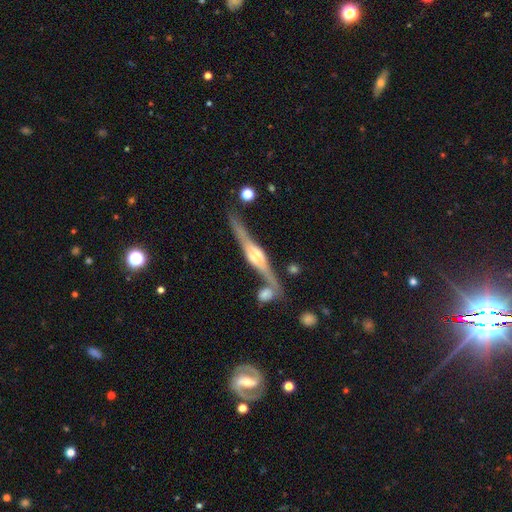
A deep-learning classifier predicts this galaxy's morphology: Overall: featured or disk (84%). Edge-on disk: yes (96%). Edge-on bulge: rounded (71%). Merging: none (72%).